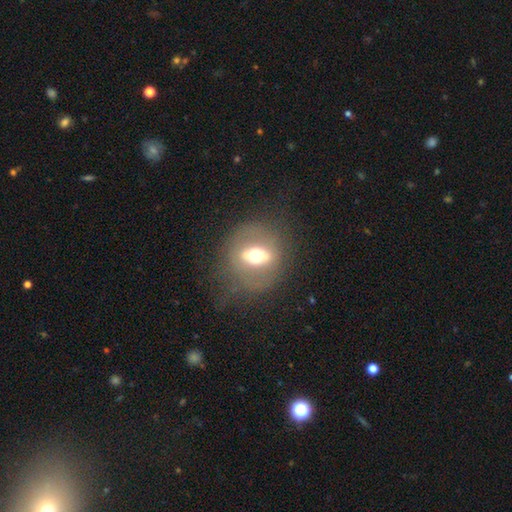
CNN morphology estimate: Overall: featured or disk (55%; smooth 34%). Edge-on disk: no (70%). Merging: none (74%).